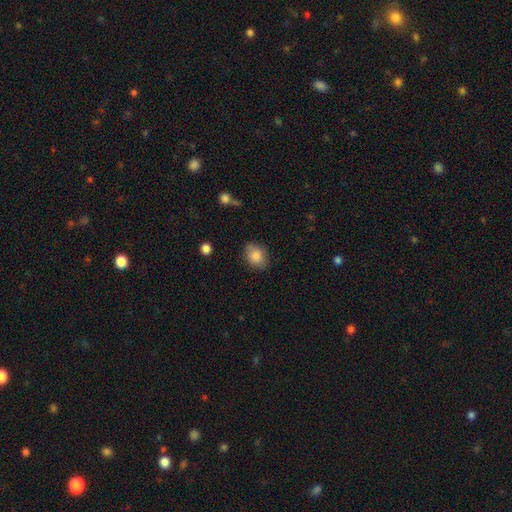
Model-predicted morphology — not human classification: Smooth or featured? smooth (84%)
How rounded? in between (59%)
Merging? none (79%)